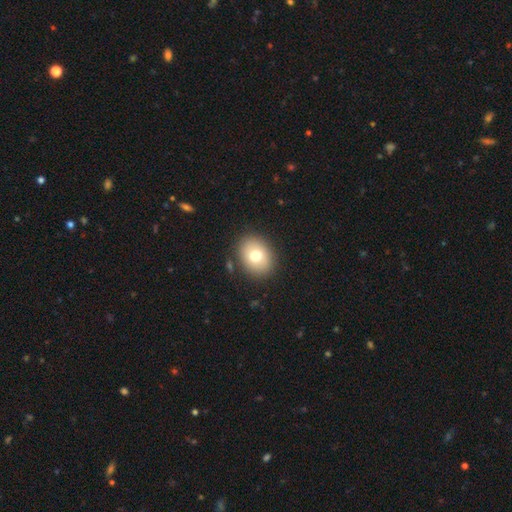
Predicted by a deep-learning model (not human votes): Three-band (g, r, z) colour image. It shows a smooth galaxy with no disk features (75%) that is in between round and cigar-shaped (54%). Merging: none (87%).